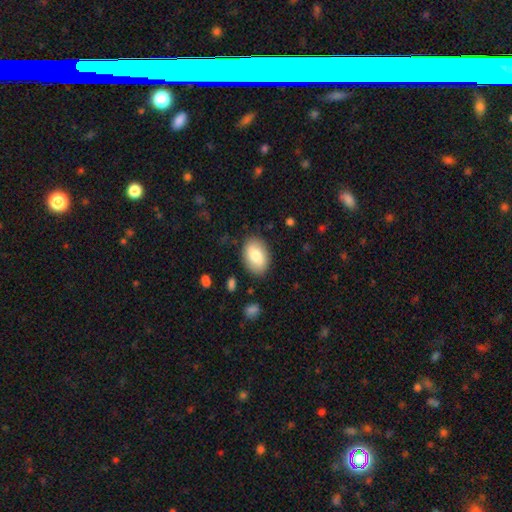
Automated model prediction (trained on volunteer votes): Smooth or featured? smooth (76%)
How rounded? in between (86%)
Merging? none (85%)